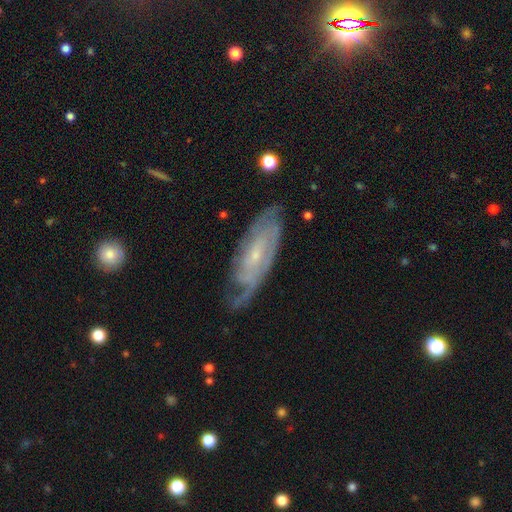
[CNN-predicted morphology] featured or disk 82%, smooth 12%, star or artifact 6%. Down the decision tree: edge-on disk — no (88%); bar — no (51%); spiral arms — yes (94%); spiral arm count — can't tell (40%); spiral winding — tight (62%); bulge size — small (73%); merging — none (69%).